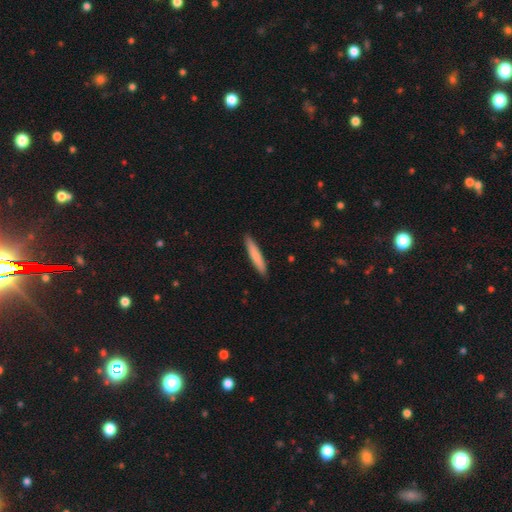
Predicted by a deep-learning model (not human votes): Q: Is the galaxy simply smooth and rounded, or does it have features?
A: smooth — 78%.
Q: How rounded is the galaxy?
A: cigar-shaped — 93%.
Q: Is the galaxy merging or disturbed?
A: none — 90%.